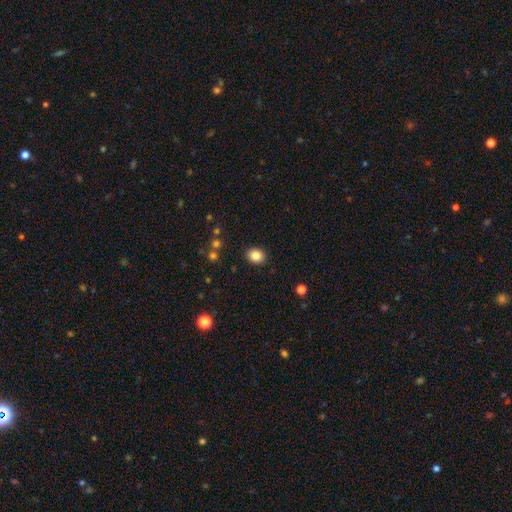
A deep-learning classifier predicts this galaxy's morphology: type=smooth (85%); roundness=round (50%); merging=none (89%).